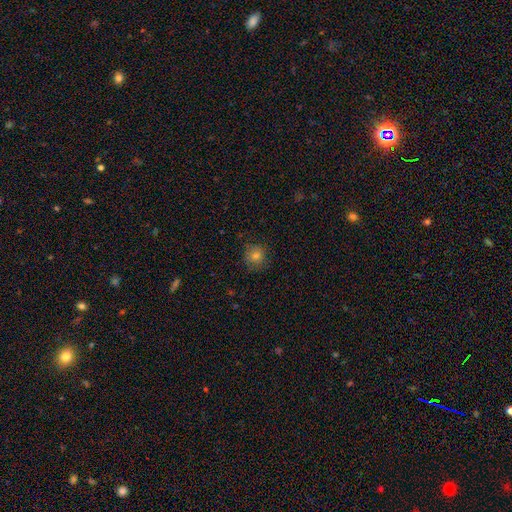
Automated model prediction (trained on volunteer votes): Smooth or featured? Predicted: smooth (p=0.76). How rounded? Predicted: round (p=0.91). Merging? Predicted: none (p=0.85).